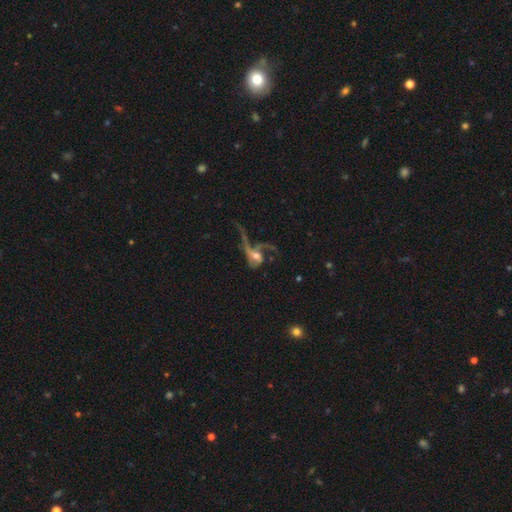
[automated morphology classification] featured or disk 73%, smooth 17%, star or artifact 10%. Down the decision tree: edge-on disk — no (95%); bar — no (64%); spiral arms — yes (79%); spiral arm count — 2 (43%); spiral winding — loose (76%); bulge size — moderate (59%); merging — major disturbance (54%).